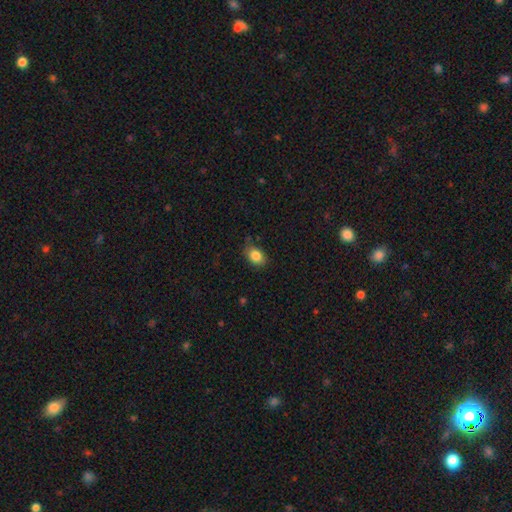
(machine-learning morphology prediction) The model was most divided on "merging": none: 74%, minor disturbance: 20%, major disturbance: 4%, merger: 2%. More confident: smooth or featured — smooth (84%); how rounded — in between (78%).